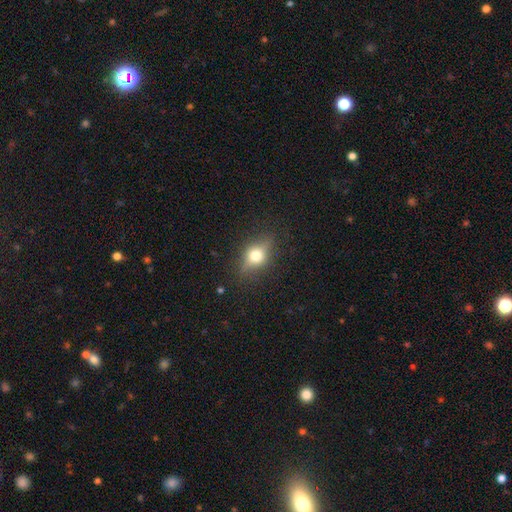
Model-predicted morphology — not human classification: Smooth or featured: smooth — 54% (featured or disk — 34%)
How rounded: in between — 57% (round — 35%)
Merging: none — 80% (minor disturbance — 14%)